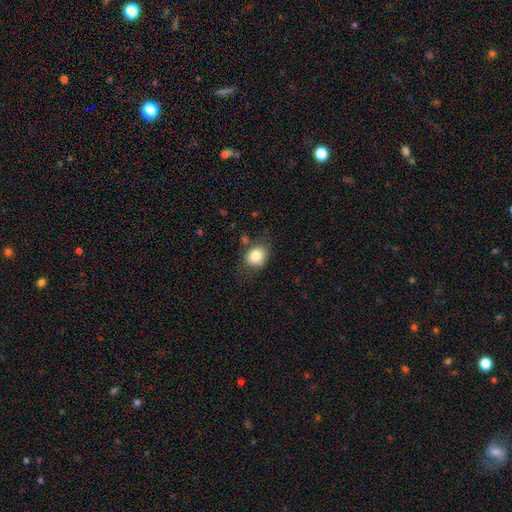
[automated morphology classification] A smooth galaxy with no disk features (82%) that is round (54%). Merging: none (69%).